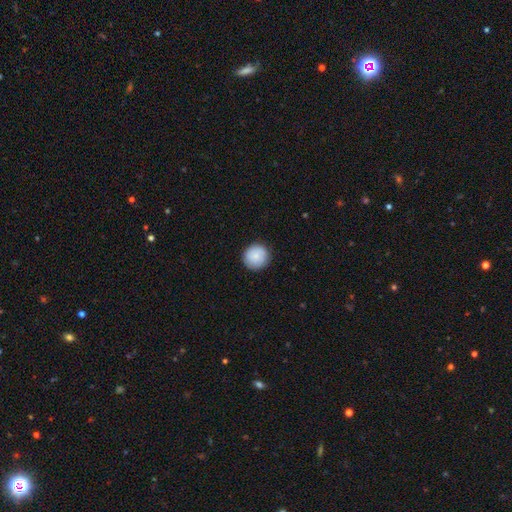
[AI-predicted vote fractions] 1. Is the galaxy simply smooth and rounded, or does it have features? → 82% smooth, 12% featured or disk, 7% star or artifact.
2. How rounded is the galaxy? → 93% round, 6% in between, 1% cigar-shaped.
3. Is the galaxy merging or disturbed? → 89% none, 8% minor disturbance, 2% major disturbance, 1% merger.